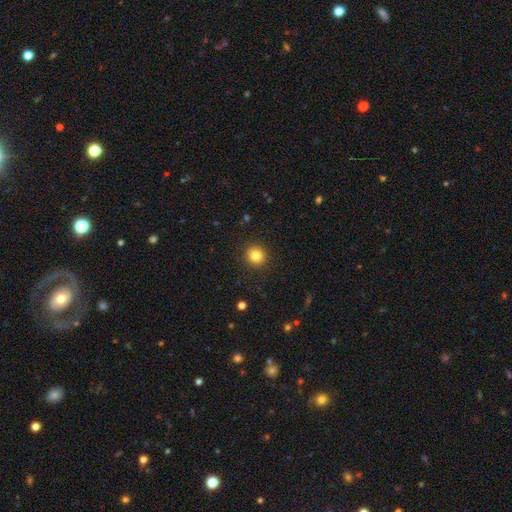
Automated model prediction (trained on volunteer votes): The model was most divided on "smooth or featured": smooth: 83%, star or artifact: 11%, featured or disk: 6%. More confident: how rounded — round (93%); merging — none (92%).